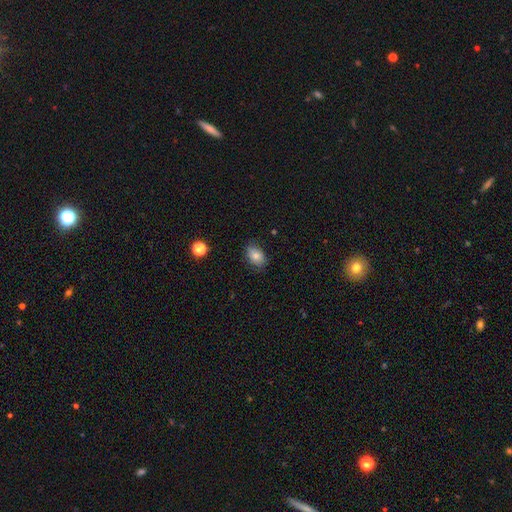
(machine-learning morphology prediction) A smooth galaxy with no disk features (81%) that is in between round and cigar-shaped (83%).

Vote fractions:
- Smooth or featured? smooth: 81% / star or artifact: 9% / featured or disk: 9%
- How rounded? in between: 83% / round: 16% / cigar-shaped: 1%
- Merging? none: 79% / minor disturbance: 16% / major disturbance: 3% / merger: 1%